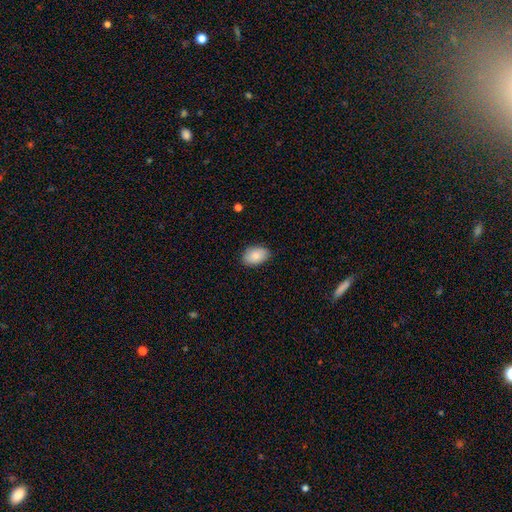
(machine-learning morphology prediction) smooth_or_featured: smooth (p=0.85) [alt: featured or disk p=0.08]
how_rounded: in between (p=0.89) [alt: round p=0.10]
merging: none (p=0.85) [alt: minor disturbance p=0.12]